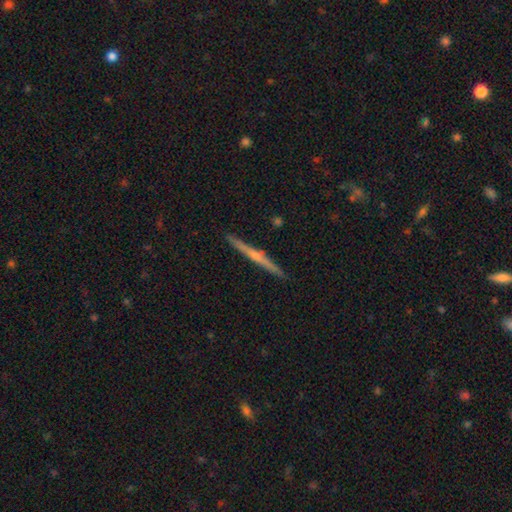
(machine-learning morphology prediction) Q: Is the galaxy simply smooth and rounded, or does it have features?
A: featured or disk — 71%.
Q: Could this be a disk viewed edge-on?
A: yes — 98%.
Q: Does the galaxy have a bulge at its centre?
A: rounded — 65%.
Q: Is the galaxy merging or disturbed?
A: none — 92%.